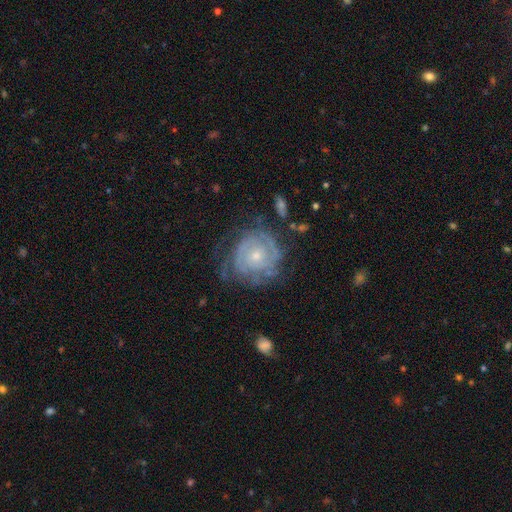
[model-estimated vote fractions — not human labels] featured or disk 80%, smooth 13%, star or artifact 7%. Down the decision tree: edge-on disk — no (98%); bar — no (79%); spiral arms — yes (90%); spiral arm count — can't tell (43%); spiral winding — tight (76%); bulge size — small (62%); merging — none (64%).